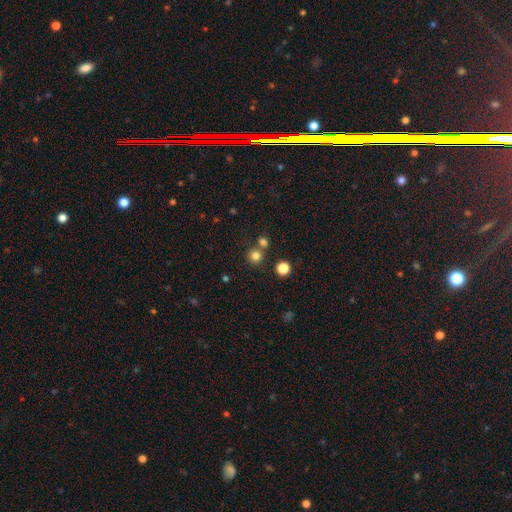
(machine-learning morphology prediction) Smooth or featured: smooth — 78% (star or artifact — 16%)
How rounded: round — 93% (in between — 6%)
Merging: none — 72% (merger — 19%)